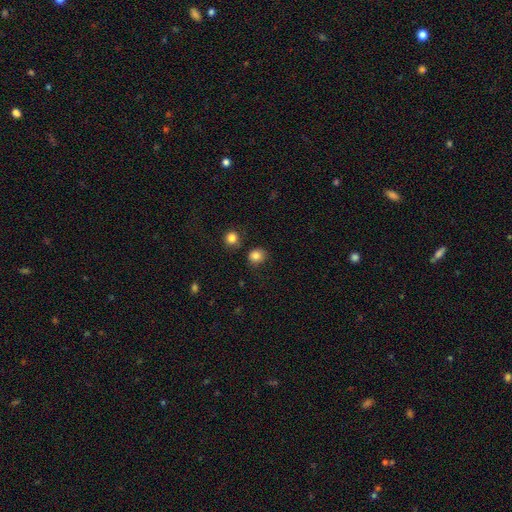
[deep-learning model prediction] This appears to be a smooth galaxy with no disk features (83%) that is round (81%). Merging: none (77%).